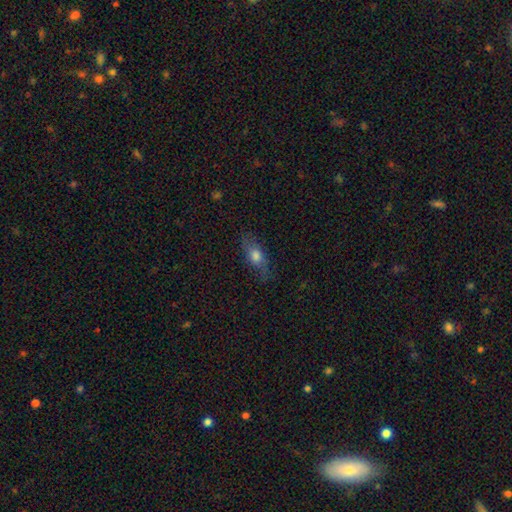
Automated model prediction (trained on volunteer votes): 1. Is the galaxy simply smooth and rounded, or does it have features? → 62% smooth, 29% featured or disk, 9% star or artifact.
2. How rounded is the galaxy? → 67% in between, 25% cigar-shaped, 8% round.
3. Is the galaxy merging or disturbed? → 76% none, 17% minor disturbance, 5% major disturbance, 1% merger.